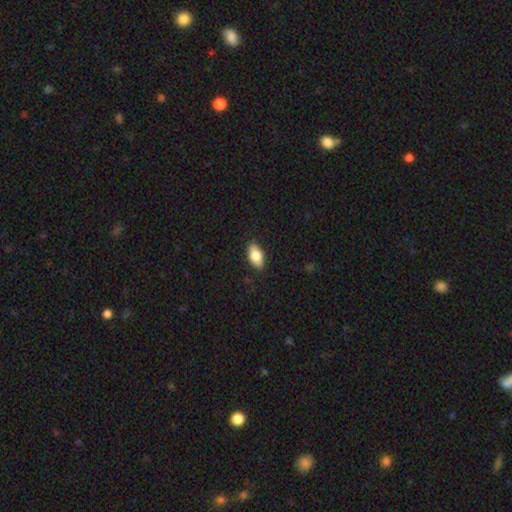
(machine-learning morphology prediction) Smooth or featured? Predicted: smooth (p=0.78). How rounded? Predicted: in between (p=0.90). Merging? Predicted: none (p=0.86).